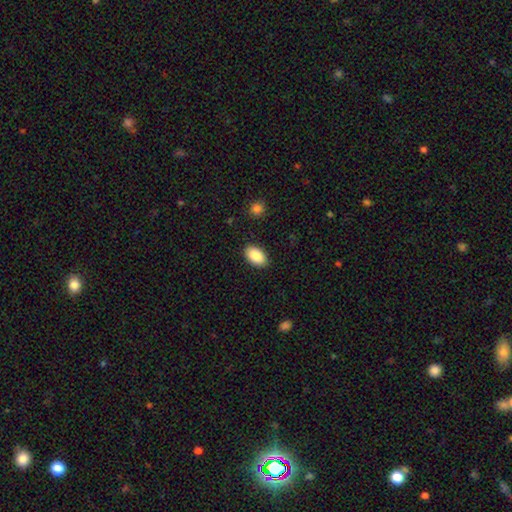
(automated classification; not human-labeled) Smooth or featured?
  - smooth: 87% *
  - star or artifact: 7%
  - featured or disk: 6%
How rounded?
  - in between: 93% *
  - round: 6%
  - cigar-shaped: 1%
Merging?
  - none: 88% *
  - minor disturbance: 8%
  - major disturbance: 2%
  - merger: 1%